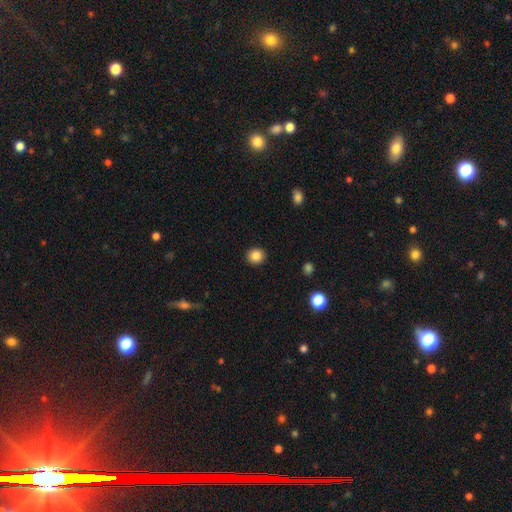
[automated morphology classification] smooth-or-featured: smooth: 85% | star or artifact: 10% | featured or disk: 5%
  how-rounded: round: 84% | in between: 15% | cigar-shaped: 1%
  merging: none: 92% | minor disturbance: 5% | major disturbance: 2% | merger: 1%